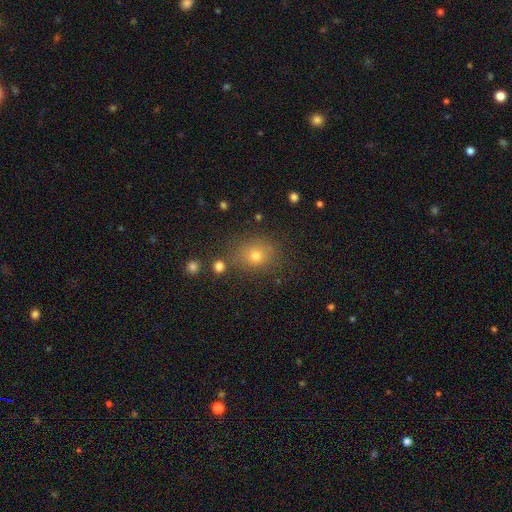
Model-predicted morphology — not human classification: Overall: smooth (71%). How rounded: round (66%; in between 33%). Merging: none (78%).